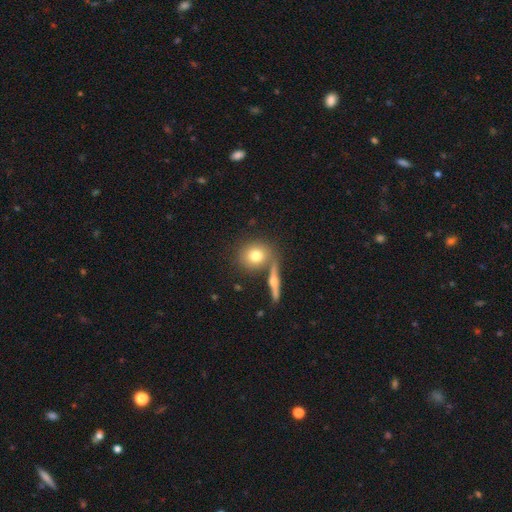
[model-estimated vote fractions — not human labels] Smooth or featured? Predicted: smooth (p=0.74). How rounded? Predicted: round (p=0.79). Merging? Predicted: none (p=0.68).